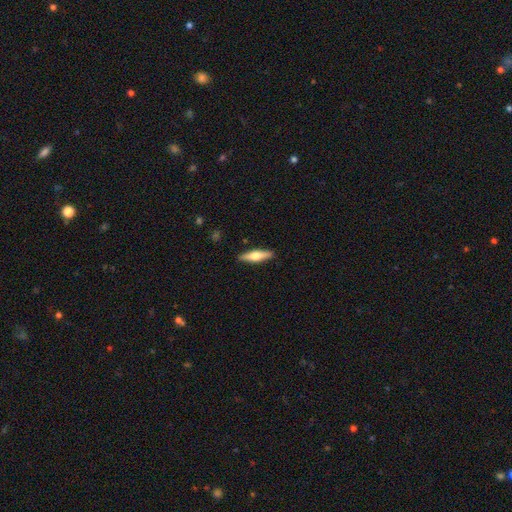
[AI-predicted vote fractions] featured or disk 50%, smooth 45%, star or artifact 5%. Down the decision tree: merging — none (90%).